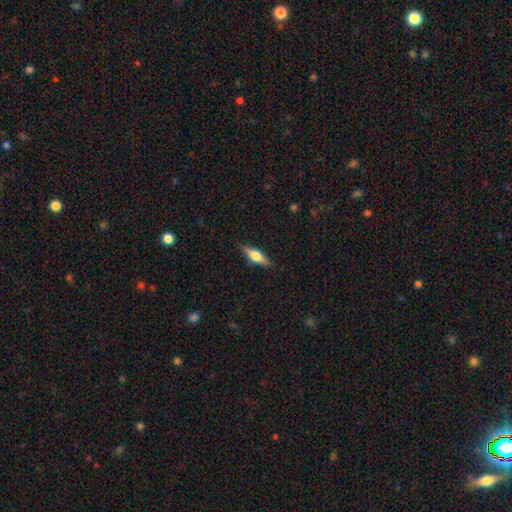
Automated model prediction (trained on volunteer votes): A featured or disk galaxy (58%) viewed edge-on (95%) with a rounded central bulge (92%).

Vote fractions:
- Smooth or featured? featured or disk: 58% / smooth: 35% / star or artifact: 7%
- Edge-on disk? yes: 95% / no: 5%
- Edge-on bulge? rounded: 92% / boxy: 7% / none: 2%
- Merging? none: 87% / minor disturbance: 9% / major disturbance: 2% / merger: 1%